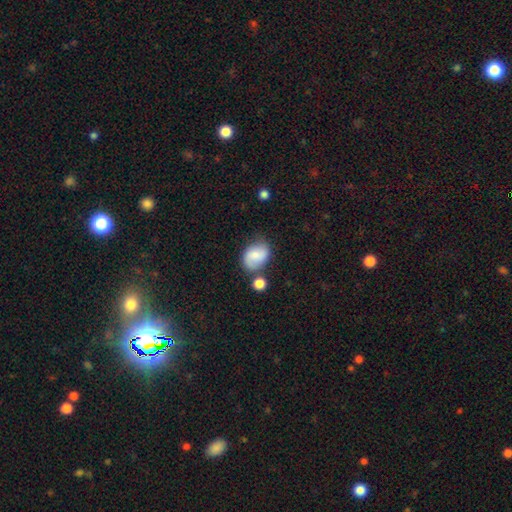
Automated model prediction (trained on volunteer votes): Smooth or featured? smooth (65%)
How rounded? in between (72%)
Merging? none (59%)